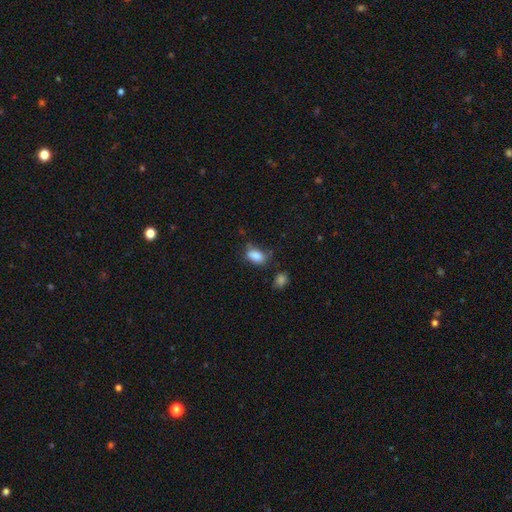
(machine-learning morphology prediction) Smooth or featured? smooth (85%)
How rounded? in between (88%)
Merging? none (57%)